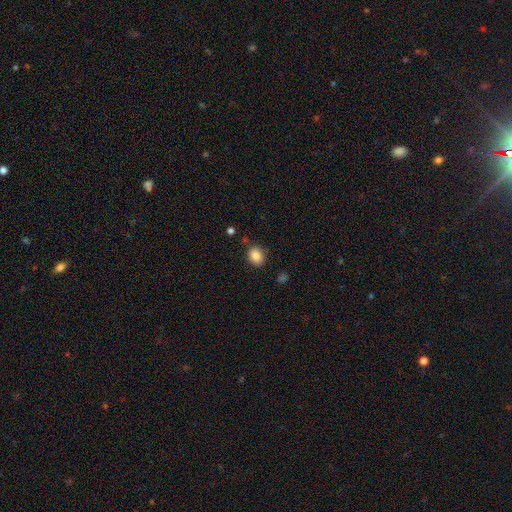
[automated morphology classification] The model was most divided on "how rounded": in between: 50%, round: 49%, cigar-shaped: 1%. More confident: smooth or featured — smooth (87%); merging — none (82%).